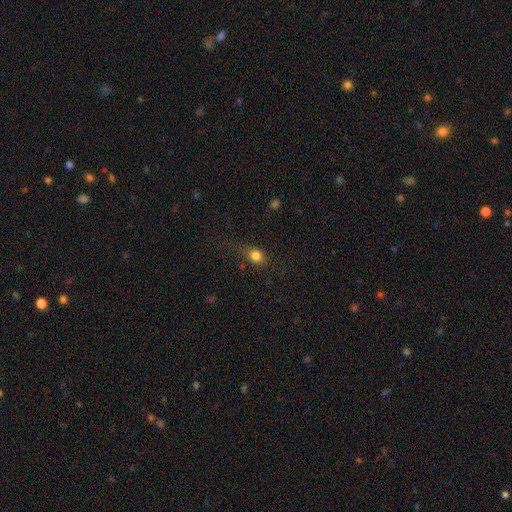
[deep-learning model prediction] smooth_or_featured: smooth (p=0.79) [alt: star or artifact p=0.13]
how_rounded: round (p=0.70) [alt: in between p=0.28]
merging: none (p=0.67) [alt: minor disturbance p=0.21]